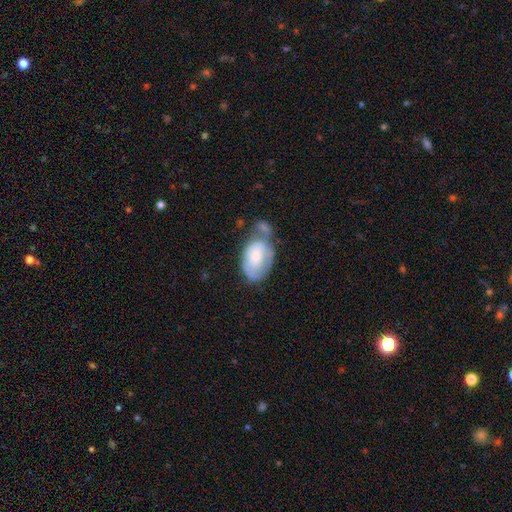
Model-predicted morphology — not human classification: Overall: smooth (57%; featured or disk 37%). How rounded: in between (88%). Merging: merger (30%; none 27%).